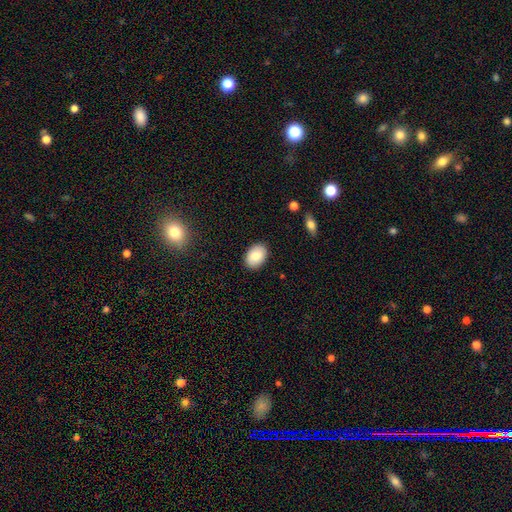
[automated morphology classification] The model was most divided on "how rounded": in between: 83%, round: 16%, cigar-shaped: 1%. More confident: merging — none (89%); smooth or featured — smooth (82%).